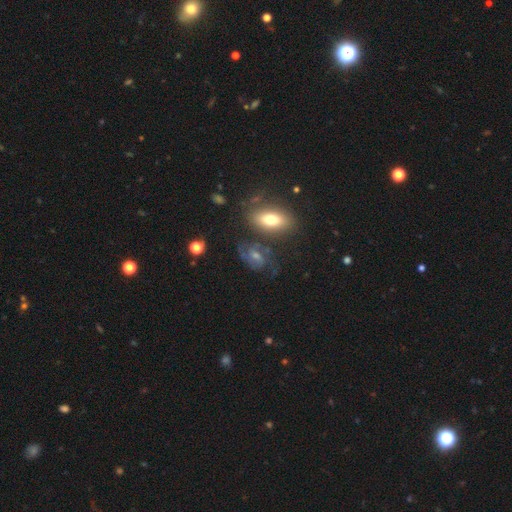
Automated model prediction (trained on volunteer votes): smooth-or-featured: featured or disk: 58% | smooth: 26% | star or artifact: 16%
  disk-edge-on: no: 92% | yes: 8%
    bar: no: 59% | weak: 33% | strong: 9%
    has-spiral-arms: yes: 82% | no: 18%
    bulge-size: moderate: 42% (tied) | small: 42% (tied) | none: 7% | large: 6% | dominant: 2%
  merging: none: 62% | minor disturbance: 19% | major disturbance: 10% | merger: 9%